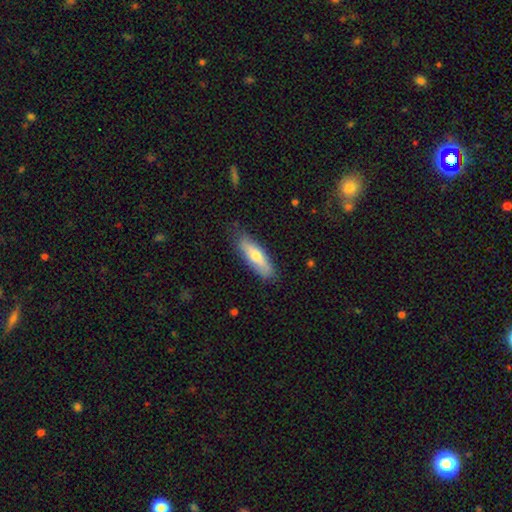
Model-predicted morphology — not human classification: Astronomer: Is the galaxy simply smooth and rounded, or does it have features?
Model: smooth — 68%.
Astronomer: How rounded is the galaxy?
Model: cigar-shaped — 55% (runner-up: in between, 43%).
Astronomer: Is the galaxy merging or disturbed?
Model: none — 81%.